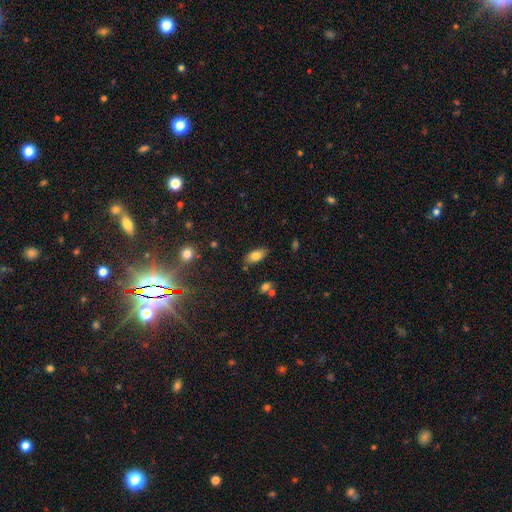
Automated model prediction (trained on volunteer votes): smooth-or-featured: smooth: 80% | featured or disk: 11% | star or artifact: 9%
  how-rounded: in between: 91% | cigar-shaped: 6% | round: 4%
  merging: none: 81% | minor disturbance: 13% | merger: 4% | major disturbance: 3%